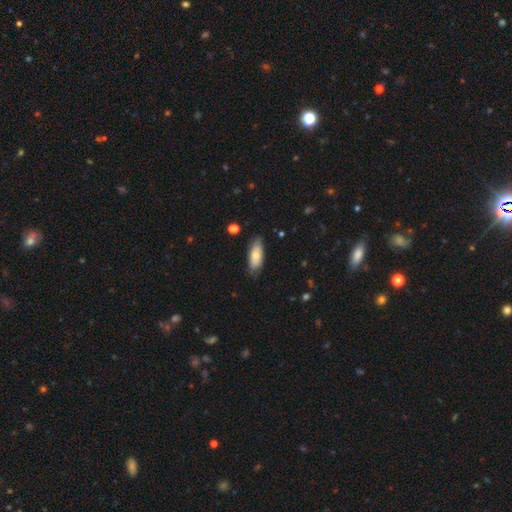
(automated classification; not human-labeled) Smooth or featured: smooth — 73% (featured or disk — 21%)
How rounded: in between — 78% (cigar-shaped — 20%)
Merging: none — 76% (minor disturbance — 20%)